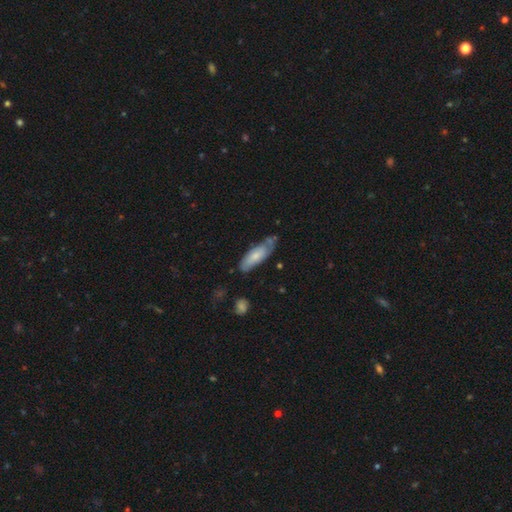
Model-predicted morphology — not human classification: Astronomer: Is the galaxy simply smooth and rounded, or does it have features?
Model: smooth — 64%.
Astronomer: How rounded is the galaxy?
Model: in between — 60% (runner-up: cigar-shaped, 38%).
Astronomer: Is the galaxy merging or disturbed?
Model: none — 56%.